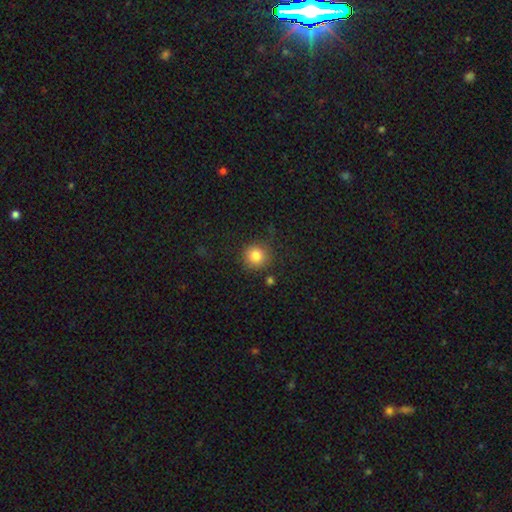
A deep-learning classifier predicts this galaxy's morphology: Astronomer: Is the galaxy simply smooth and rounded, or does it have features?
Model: smooth — 83%.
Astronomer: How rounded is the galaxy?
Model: round — 93%.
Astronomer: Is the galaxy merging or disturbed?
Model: none — 83%.